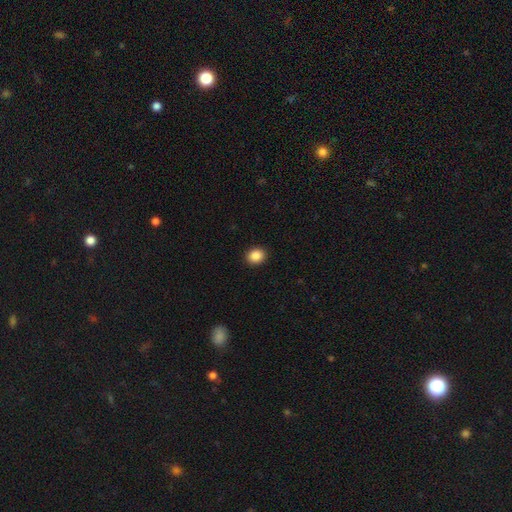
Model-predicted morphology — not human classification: Smooth or featured? Predicted: smooth (p=0.88). How rounded? Predicted: round (p=0.63). Merging? Predicted: none (p=0.92).